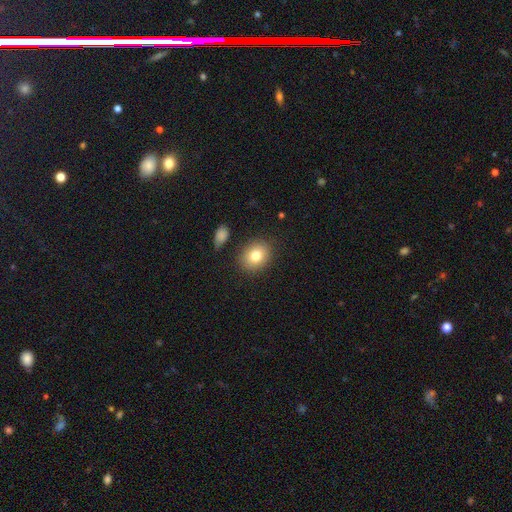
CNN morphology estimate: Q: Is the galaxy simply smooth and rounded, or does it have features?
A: smooth — 80%.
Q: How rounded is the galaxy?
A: in between — 50%.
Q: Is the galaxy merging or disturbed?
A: none — 84%.